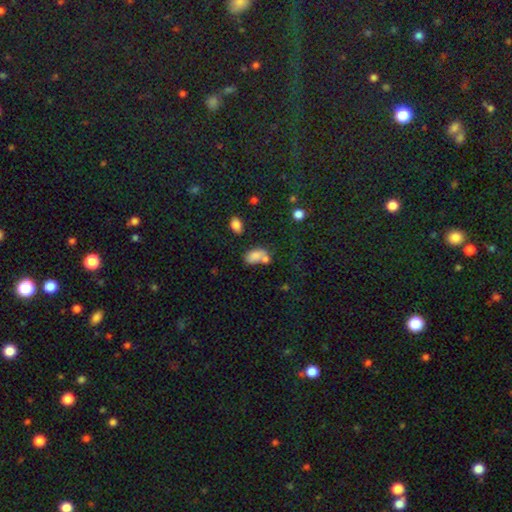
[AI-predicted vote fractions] A smooth galaxy with no disk features (76%) that is in between round and cigar-shaped (88%).

Vote fractions:
- Smooth or featured? smooth: 76% / featured or disk: 12% / star or artifact: 12%
- How rounded? in between: 88% / round: 10% / cigar-shaped: 2%
- Merging? merger: 43% / none: 32% / minor disturbance: 16% / major disturbance: 9%